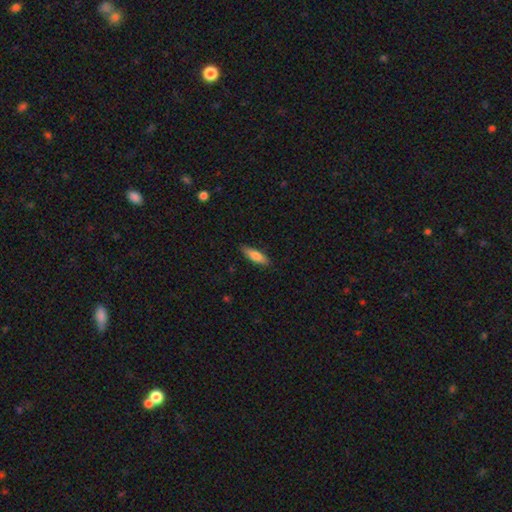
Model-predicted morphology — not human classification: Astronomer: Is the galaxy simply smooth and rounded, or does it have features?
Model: smooth — 79%.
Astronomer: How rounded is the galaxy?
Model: cigar-shaped — 54% (runner-up: in between, 44%).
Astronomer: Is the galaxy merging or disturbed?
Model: none — 85%.